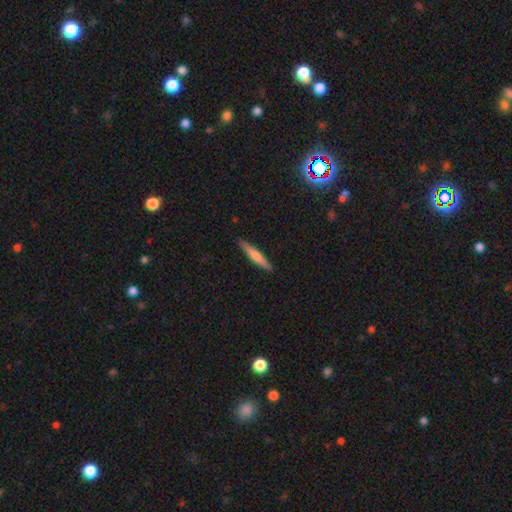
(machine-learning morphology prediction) This appears to be a smooth galaxy with no disk features (61%) that is cigar-shaped (93%). Merging: none (90%).